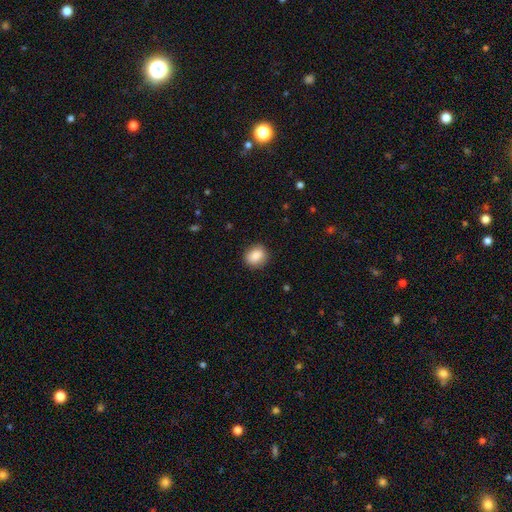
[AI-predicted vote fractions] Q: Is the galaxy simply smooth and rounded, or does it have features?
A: smooth — 87%.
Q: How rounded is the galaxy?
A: round — 65%.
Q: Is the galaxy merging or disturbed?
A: none — 88%.